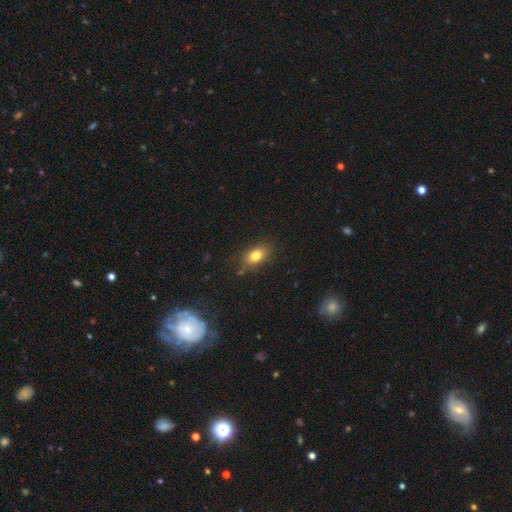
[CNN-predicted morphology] Smooth or featured?
  - smooth: 80% *
  - star or artifact: 10%
  - featured or disk: 10%
How rounded?
  - in between: 82% *
  - round: 15%
  - cigar-shaped: 3%
Merging?
  - none: 80% *
  - minor disturbance: 14%
  - major disturbance: 4%
  - merger: 2%